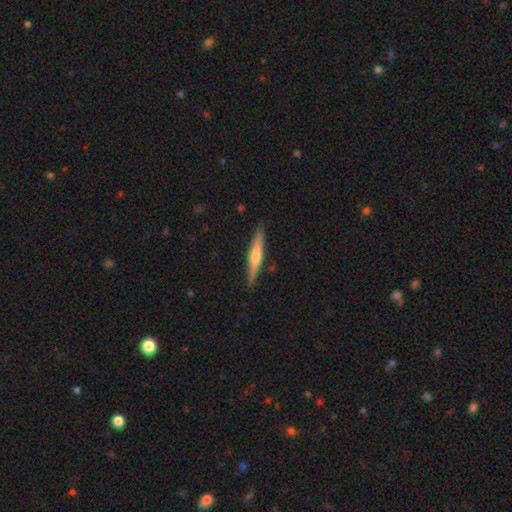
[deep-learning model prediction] Overall: featured or disk (61%; smooth 33%). Edge-on disk: yes (97%). Edge-on bulge: rounded (87%). Merging: none (90%).